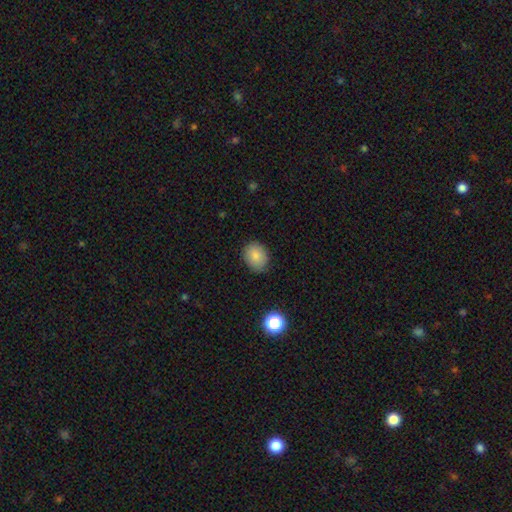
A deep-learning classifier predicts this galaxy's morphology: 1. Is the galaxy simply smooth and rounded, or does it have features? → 83% smooth, 9% star or artifact, 8% featured or disk.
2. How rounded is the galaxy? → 52% in between, 47% round, 1% cigar-shaped.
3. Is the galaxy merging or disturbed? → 82% none, 14% minor disturbance, 3% major disturbance, 1% merger.